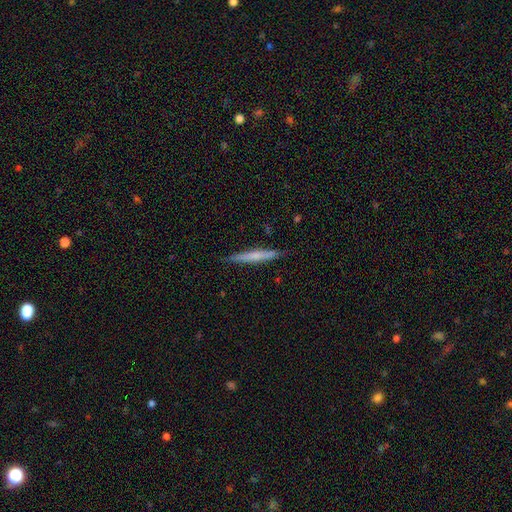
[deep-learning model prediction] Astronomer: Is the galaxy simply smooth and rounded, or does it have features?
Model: smooth — 52% (runner-up: featured or disk, 42%).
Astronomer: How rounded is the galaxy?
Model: cigar-shaped — 95%.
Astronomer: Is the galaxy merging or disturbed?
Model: none — 88%.